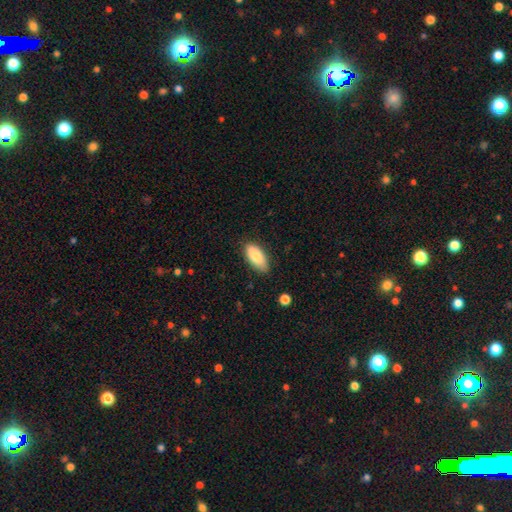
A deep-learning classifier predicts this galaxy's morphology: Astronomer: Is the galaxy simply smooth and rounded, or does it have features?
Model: smooth — 83%.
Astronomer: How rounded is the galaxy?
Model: in between — 89%.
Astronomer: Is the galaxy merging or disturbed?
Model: none — 81%.